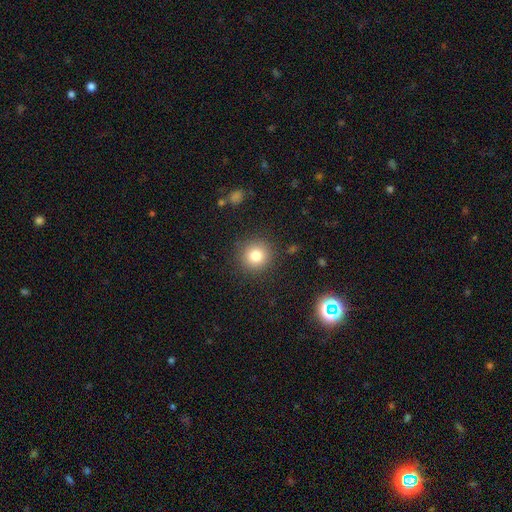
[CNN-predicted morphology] type=smooth (81%); roundness=round (93%); merging=none (89%).